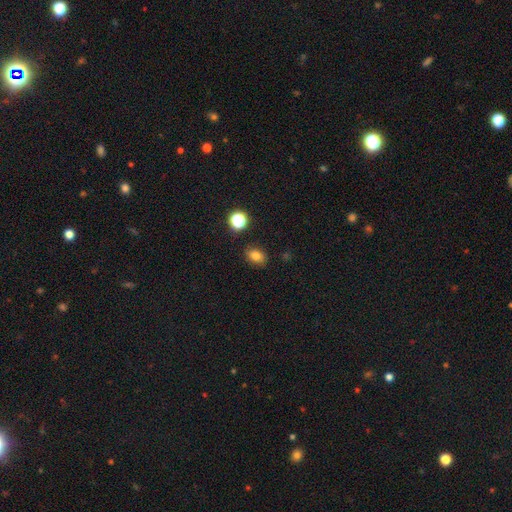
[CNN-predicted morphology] The model was most divided on "how rounded": in between: 73%, round: 26%, cigar-shaped: 1%. More confident: merging — none (86%); smooth or featured — smooth (79%).